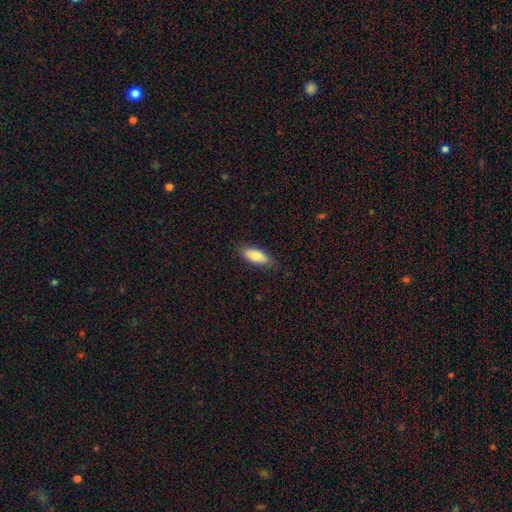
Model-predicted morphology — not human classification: Smooth or featured? Predicted: smooth (p=0.81). How rounded? Predicted: in between (p=0.80). Merging? Predicted: none (p=0.80).